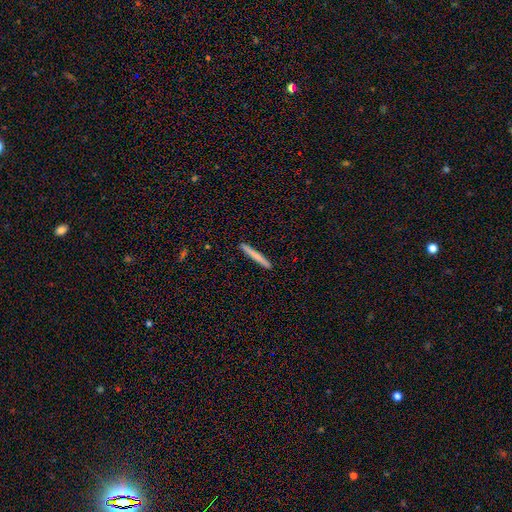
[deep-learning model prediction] smooth_or_featured: smooth (p=0.72) [alt: featured or disk p=0.22]
how_rounded: cigar-shaped (p=0.97) [alt: in between p=0.02]
merging: none (p=0.93) [alt: minor disturbance p=0.05]